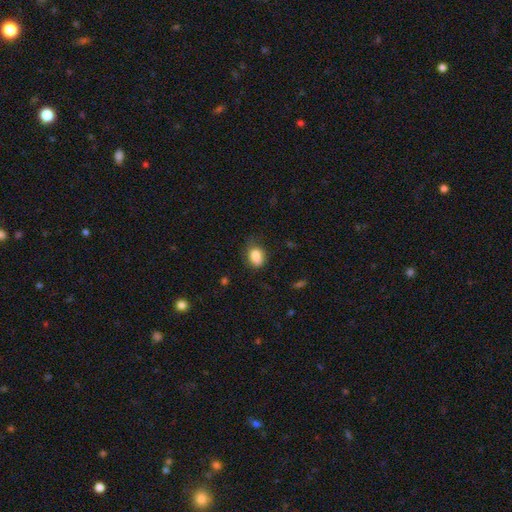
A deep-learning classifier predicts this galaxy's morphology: smooth-or-featured: smooth: 85% | star or artifact: 9% | featured or disk: 6%
  how-rounded: in between: 72% | round: 26% | cigar-shaped: 1%
  merging: none: 59% | minor disturbance: 30% | major disturbance: 10% | merger: 2%